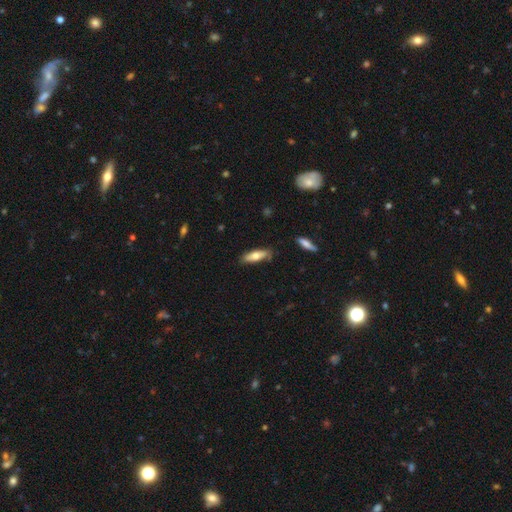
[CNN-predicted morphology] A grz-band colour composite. It shows a smooth galaxy with no disk features (65%) that is cigar-shaped (52%). Merging: none (76%).